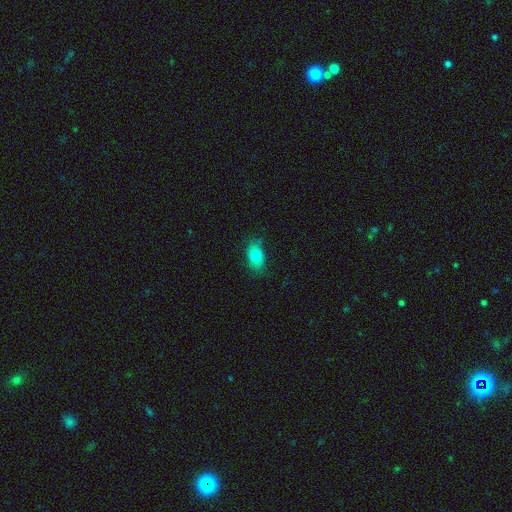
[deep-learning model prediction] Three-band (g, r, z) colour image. It shows a smooth galaxy with no disk features (80%) that is in between round and cigar-shaped (87%). Merging: none (79%).